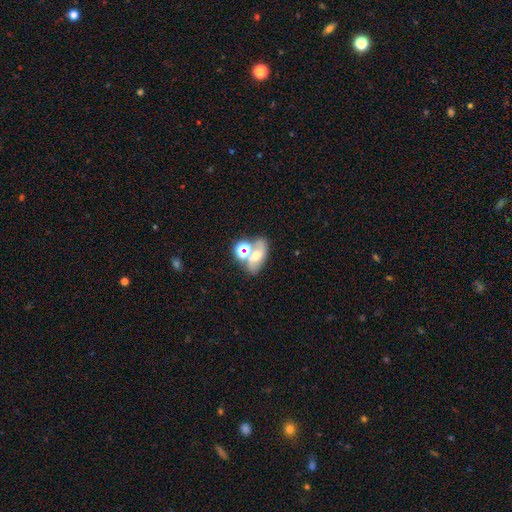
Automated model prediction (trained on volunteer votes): Smooth or featured? Predicted: smooth (p=0.46). Merging? Predicted: none (p=0.45).